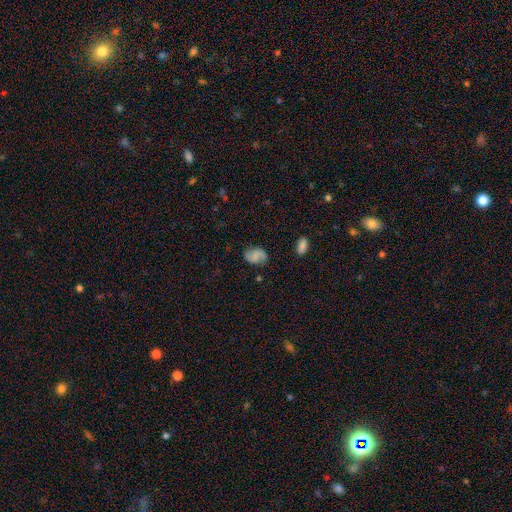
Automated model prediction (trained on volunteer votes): Smooth or featured: smooth — 50% (featured or disk — 40%)
How rounded: in between — 76% (round — 22%)
Merging: none — 74% (minor disturbance — 19%)